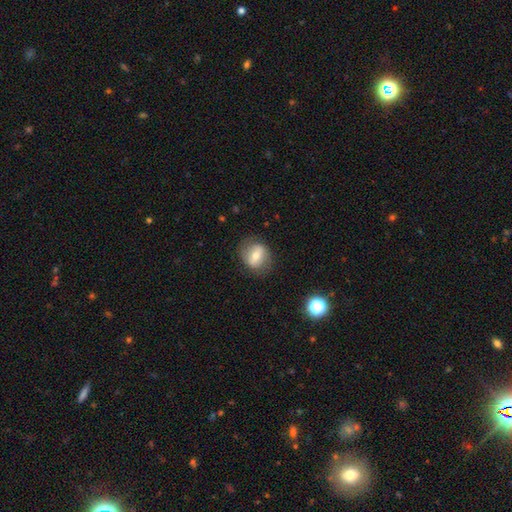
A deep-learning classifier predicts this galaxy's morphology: Smooth or featured?
  - smooth: 52% *
  - featured or disk: 40%
  - star or artifact: 8%
How rounded?
  - round: 57% *
  - in between: 41%
  - cigar-shaped: 2%
Merging?
  - none: 77% *
  - minor disturbance: 16%
  - major disturbance: 6%
  - merger: 1%